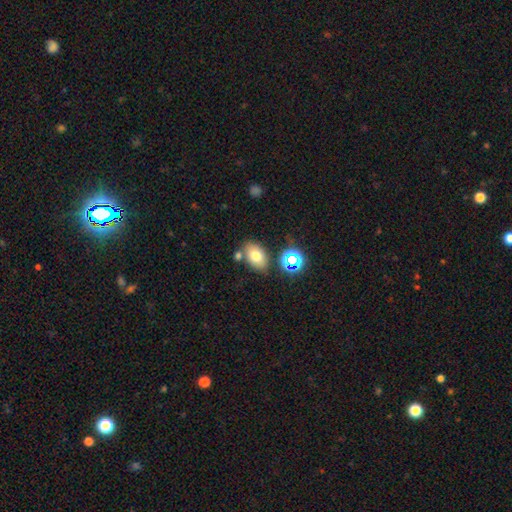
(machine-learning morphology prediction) smooth_or_featured: smooth (p=0.73) [alt: star or artifact p=0.14]
how_rounded: in between (p=0.84) [alt: round p=0.14]
merging: none (p=0.72) [alt: minor disturbance p=0.13]